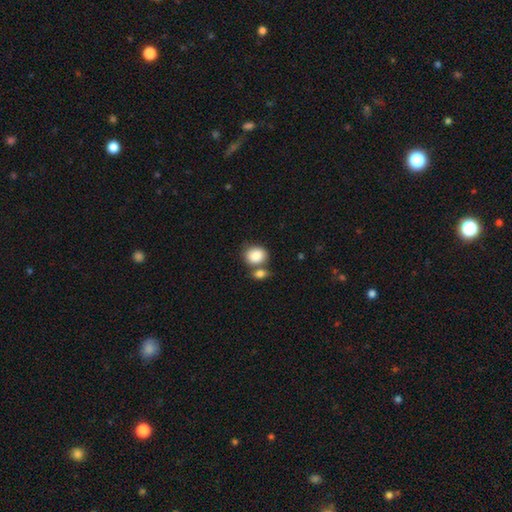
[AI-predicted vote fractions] Smooth or featured? smooth (87%)
How rounded? round (65%)
Merging? none (48%)